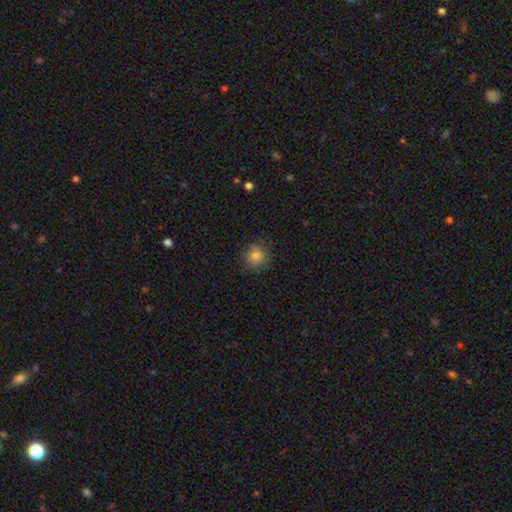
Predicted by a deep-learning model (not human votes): Overall: smooth (80%). How rounded: round (88%). Merging: none (81%).